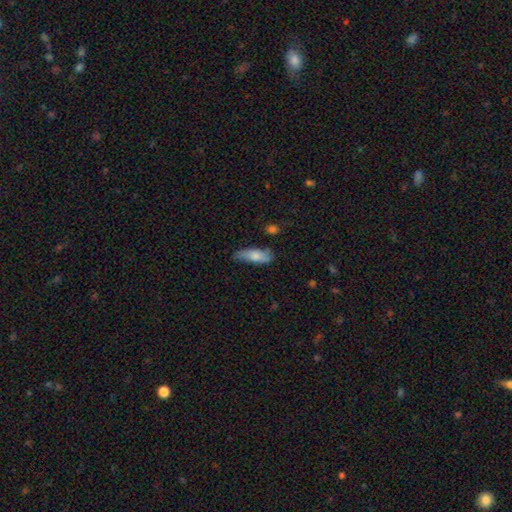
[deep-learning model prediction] The model was most divided on "how rounded": in between: 62%, cigar-shaped: 35%, round: 2%. More confident: smooth or featured — smooth (75%); merging — none (63%).